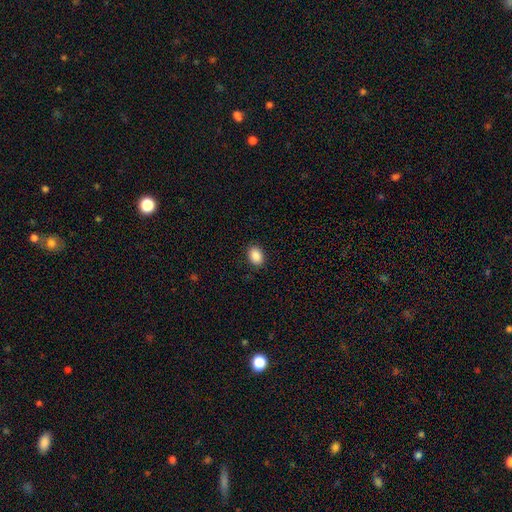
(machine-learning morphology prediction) smooth_or_featured: smooth (p=0.89) [alt: star or artifact p=0.08]
how_rounded: in between (p=0.73) [alt: round p=0.26]
merging: none (p=0.90) [alt: minor disturbance p=0.07]